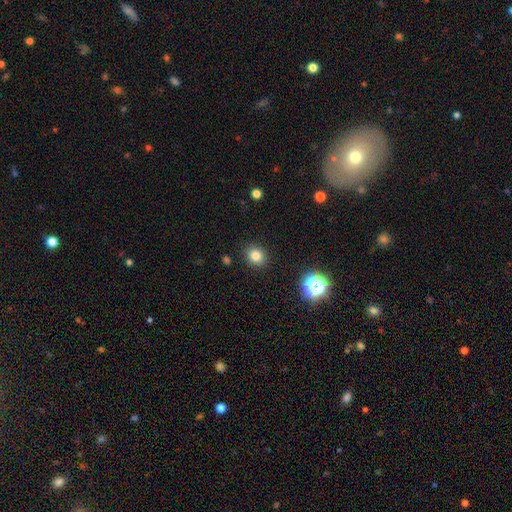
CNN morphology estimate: Smooth or featured?
  - smooth: 80% *
  - star or artifact: 14%
  - featured or disk: 6%
How rounded?
  - round: 79% *
  - in between: 20%
  - cigar-shaped: 1%
Merging?
  - none: 89% *
  - minor disturbance: 7%
  - major disturbance: 2%
  - merger: 1%